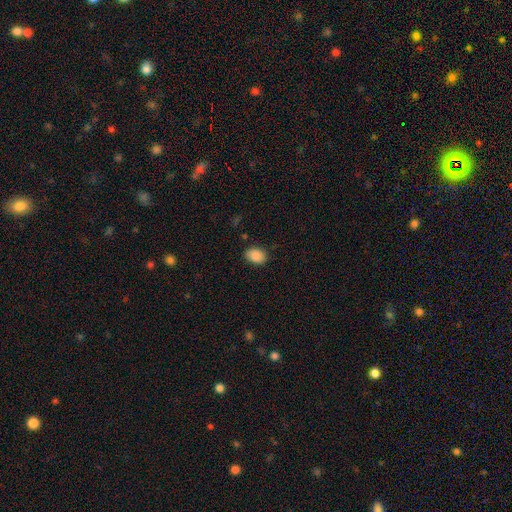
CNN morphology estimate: smooth_or_featured: smooth (p=0.89) [alt: star or artifact p=0.08]
how_rounded: in between (p=0.80) [alt: round p=0.19]
merging: none (p=0.83) [alt: minor disturbance p=0.13]